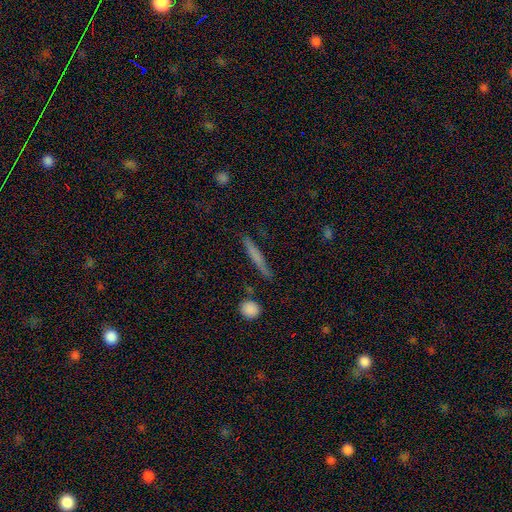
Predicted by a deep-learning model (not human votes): Smooth or featured: smooth — 59% (featured or disk — 34%)
How rounded: cigar-shaped — 93% (in between — 4%)
Merging: none — 84% (minor disturbance — 11%)